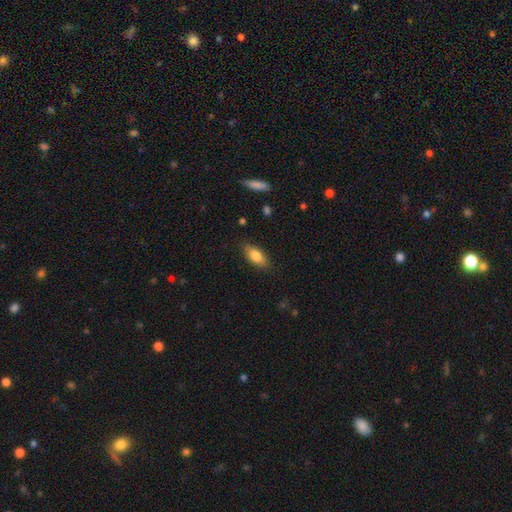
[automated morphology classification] smooth-or-featured: smooth: 79% | featured or disk: 14% | star or artifact: 7%
  how-rounded: in between: 81% | cigar-shaped: 16% | round: 3%
  merging: none: 85% | minor disturbance: 11% | major disturbance: 3% | merger: 1%